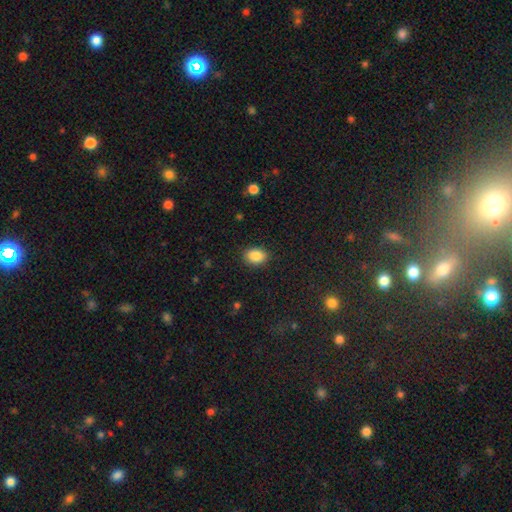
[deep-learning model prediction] The model was most divided on "how rounded": in between: 70%, round: 29%, cigar-shaped: 1%. More confident: smooth or featured — smooth (88%); merging — none (87%).